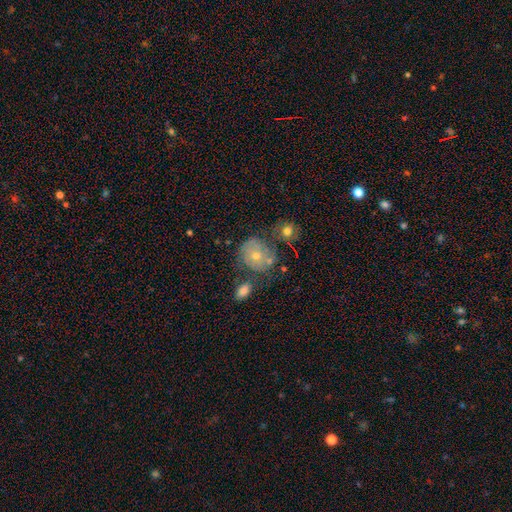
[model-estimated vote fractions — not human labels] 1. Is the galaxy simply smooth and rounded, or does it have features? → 51% featured or disk, 36% smooth, 14% star or artifact.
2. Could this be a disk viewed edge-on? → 96% no, 4% yes.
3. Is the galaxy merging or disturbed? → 60% none, 19% minor disturbance, 12% merger, 8% major disturbance.